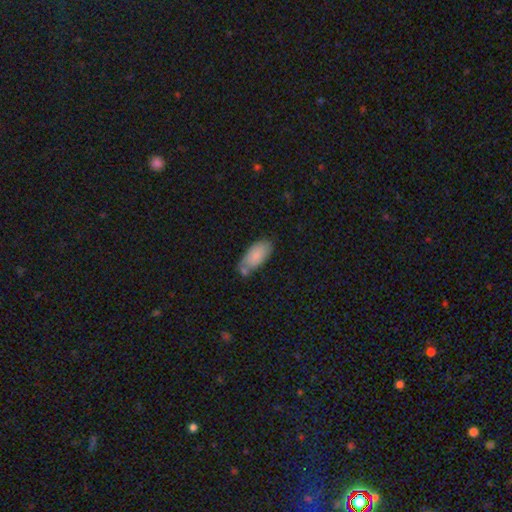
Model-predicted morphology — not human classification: This is clearly a smooth galaxy (82%). How rounded: clearly in between (90%). Merging: possibly none (53%).